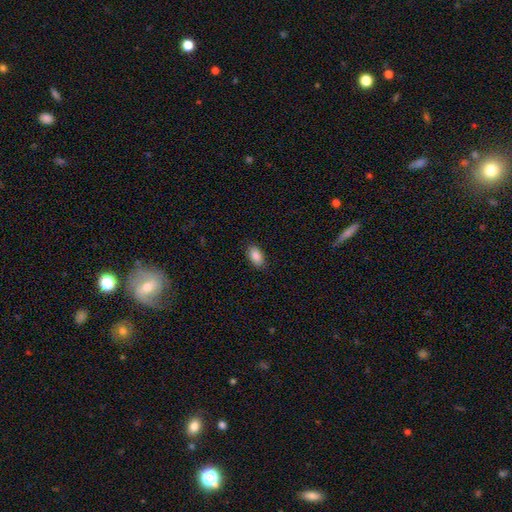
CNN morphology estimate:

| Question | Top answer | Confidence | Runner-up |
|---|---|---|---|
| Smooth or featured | smooth | 87% | star or artifact (7%) |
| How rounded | in between | 92% | round (5%) |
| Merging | none | 87% | minor disturbance (10%) |